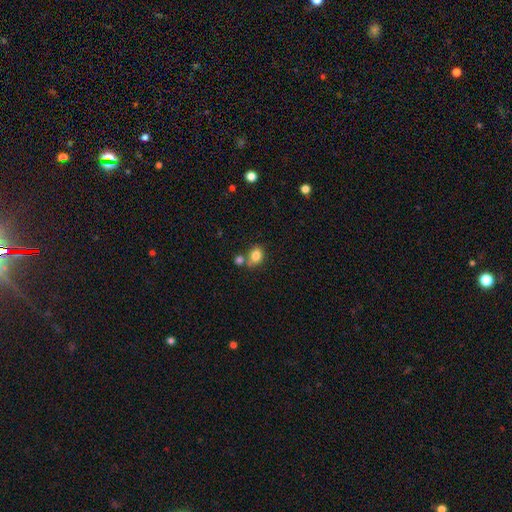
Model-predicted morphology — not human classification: smooth-or-featured: smooth: 82% | star or artifact: 9% | featured or disk: 8%
  how-rounded: in between: 59% | round: 40% | cigar-shaped: 1%
  merging: none: 52% | merger: 31% | minor disturbance: 13% | major disturbance: 4%